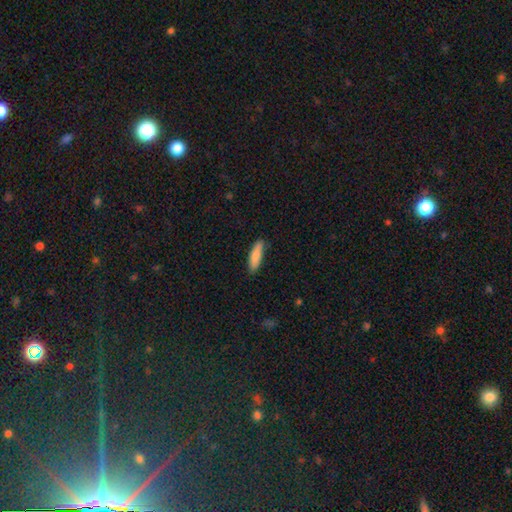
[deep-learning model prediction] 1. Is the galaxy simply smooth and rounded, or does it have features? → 84% smooth, 10% featured or disk, 6% star or artifact.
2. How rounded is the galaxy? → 67% cigar-shaped, 31% in between, 1% round.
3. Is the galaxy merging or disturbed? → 82% none, 15% minor disturbance, 2% major disturbance, 1% merger.